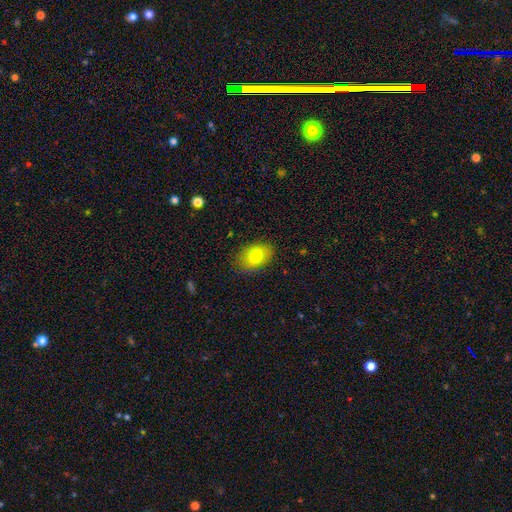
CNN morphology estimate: A smooth galaxy with no disk features (78%) that is in between round and cigar-shaped (83%). Merging: none (83%).